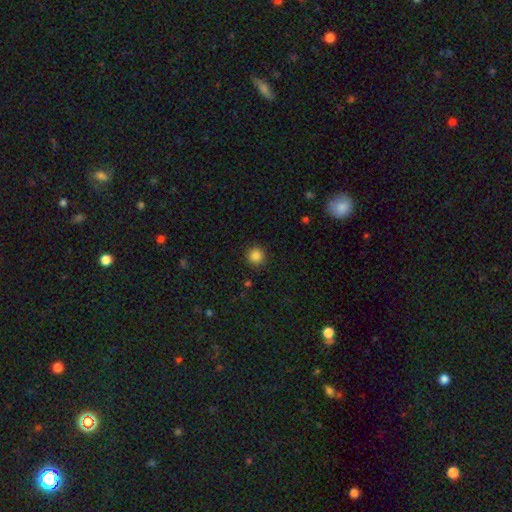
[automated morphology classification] This appears to be a smooth galaxy with no disk features (86%) that is round (95%). Merging: none (90%).